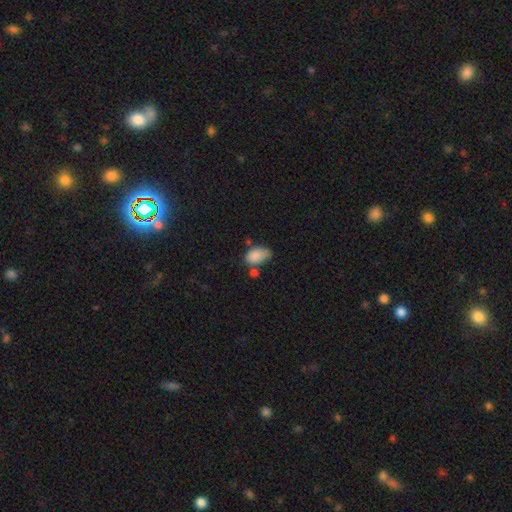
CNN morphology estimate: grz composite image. It shows a smooth galaxy with no disk features (84%) that is in between round and cigar-shaped (90%). Merging: none (43%).